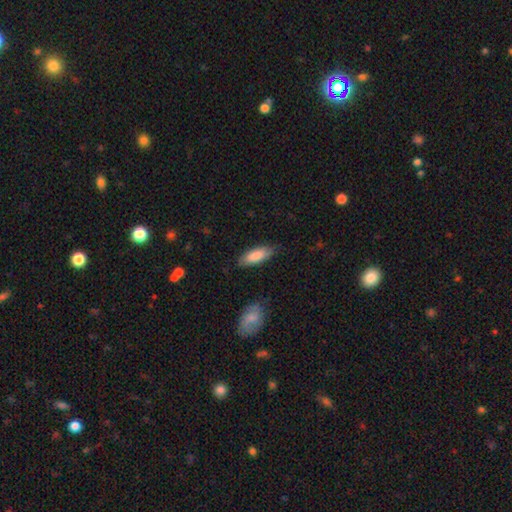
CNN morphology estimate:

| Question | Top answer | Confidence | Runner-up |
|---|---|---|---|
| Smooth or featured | smooth | 84% | featured or disk (11%) |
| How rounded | in between | 67% | cigar-shaped (32%) |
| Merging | none | 80% | minor disturbance (15%) |